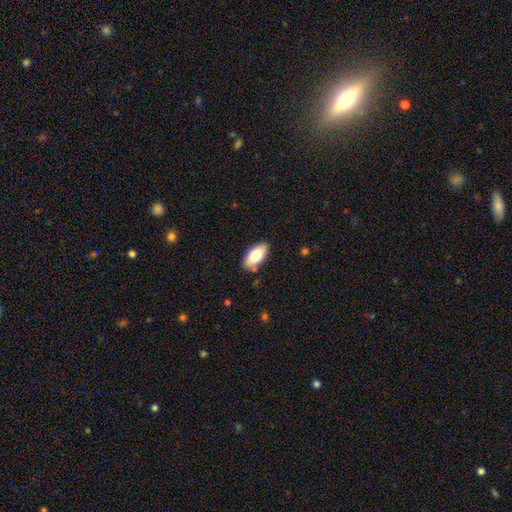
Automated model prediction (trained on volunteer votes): smooth-or-featured: smooth: 76% | featured or disk: 17% | star or artifact: 6%
  how-rounded: in between: 90% | cigar-shaped: 8% | round: 3%
  merging: none: 84% | minor disturbance: 11% | major disturbance: 2% | merger: 2%